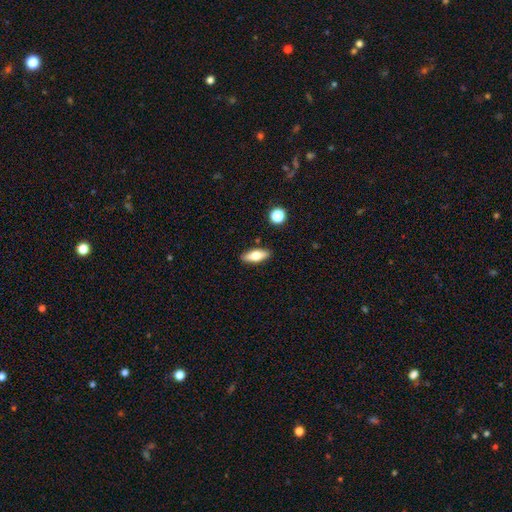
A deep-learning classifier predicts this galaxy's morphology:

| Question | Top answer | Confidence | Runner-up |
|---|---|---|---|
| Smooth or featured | smooth | 66% | featured or disk (27%) |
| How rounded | in between | 68% | cigar-shaped (28%) |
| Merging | none | 87% | minor disturbance (9%) |